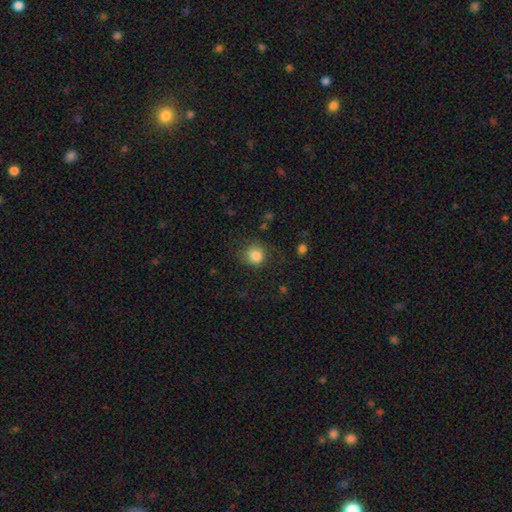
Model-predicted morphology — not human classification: Smooth or featured: smooth — 84% (star or artifact — 10%)
How rounded: round — 83% (in between — 16%)
Merging: none — 71% (minor disturbance — 18%)